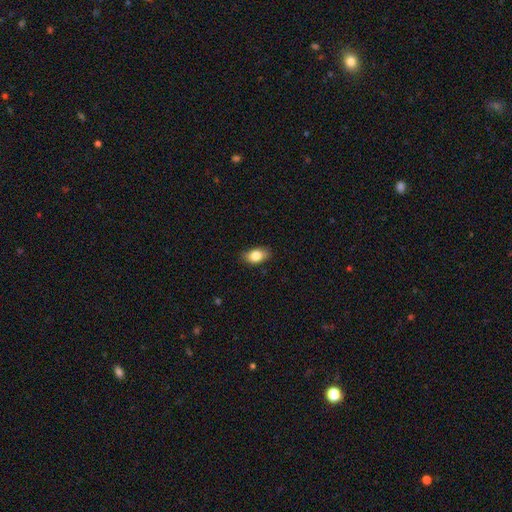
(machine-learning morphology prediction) The model was most divided on "smooth or featured": smooth: 81%, featured or disk: 12%, star or artifact: 8%. More confident: how rounded — in between (85%); merging — none (83%).